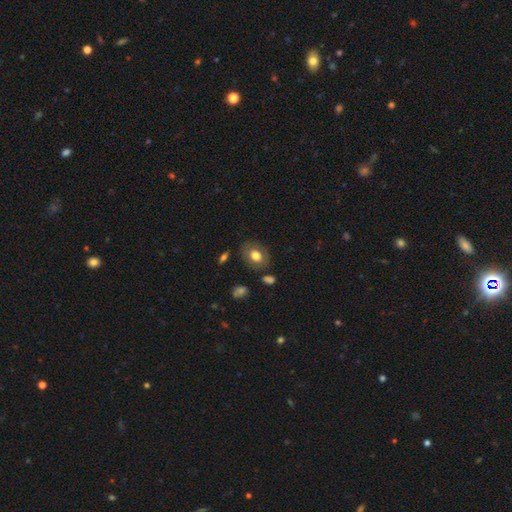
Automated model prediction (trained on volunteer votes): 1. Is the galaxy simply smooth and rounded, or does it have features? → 72% smooth, 20% featured or disk, 8% star or artifact.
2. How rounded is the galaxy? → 61% in between, 38% round, 1% cigar-shaped.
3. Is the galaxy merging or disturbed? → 80% none, 13% minor disturbance, 4% major disturbance, 3% merger.